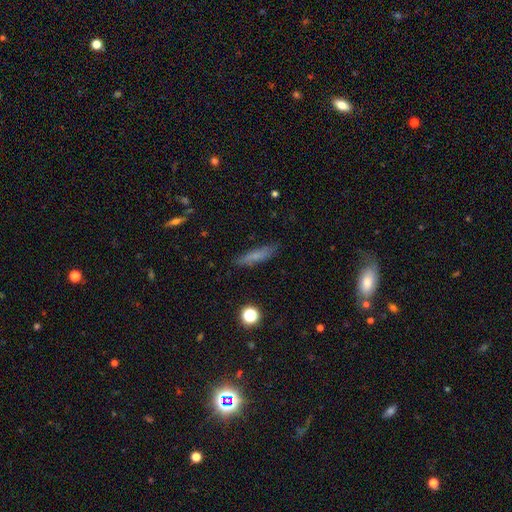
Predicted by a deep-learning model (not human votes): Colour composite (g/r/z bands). It shows a smooth galaxy with no disk features (72%) that is cigar-shaped (78%). Merging: none (84%).